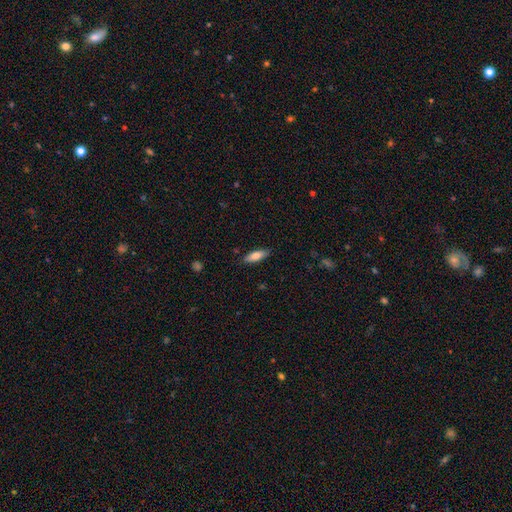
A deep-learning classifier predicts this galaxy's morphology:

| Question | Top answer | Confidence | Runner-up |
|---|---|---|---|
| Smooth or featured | smooth | 75% | featured or disk (18%) |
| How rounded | in between | 58% | cigar-shaped (40%) |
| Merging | none | 86% | minor disturbance (10%) |